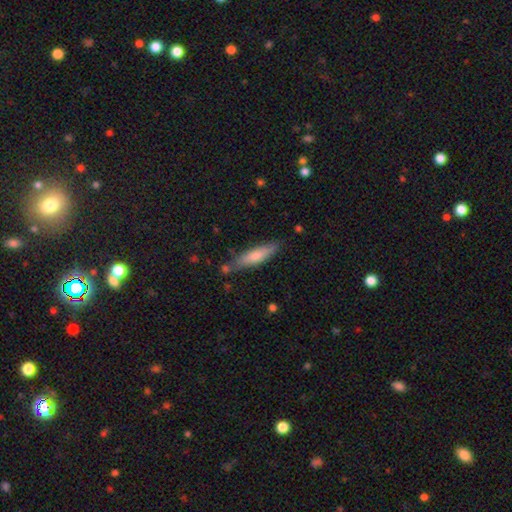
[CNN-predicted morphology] type=smooth (72%); roundness=cigar-shaped (73%); merging=none (75%).